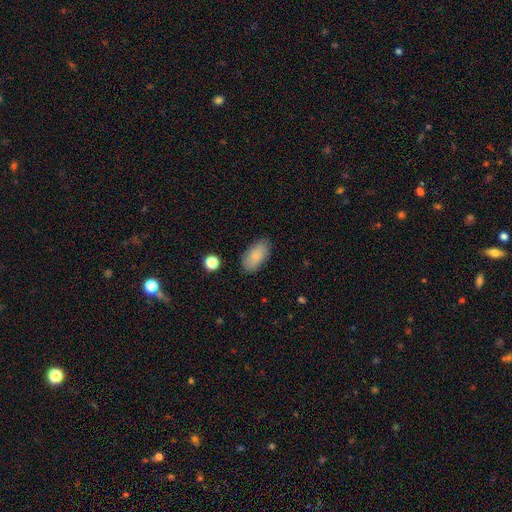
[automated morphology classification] The model was most divided on "merging": none: 84%, minor disturbance: 12%, major disturbance: 3%, merger: 1%. More confident: how rounded — in between (94%); smooth or featured — smooth (87%).